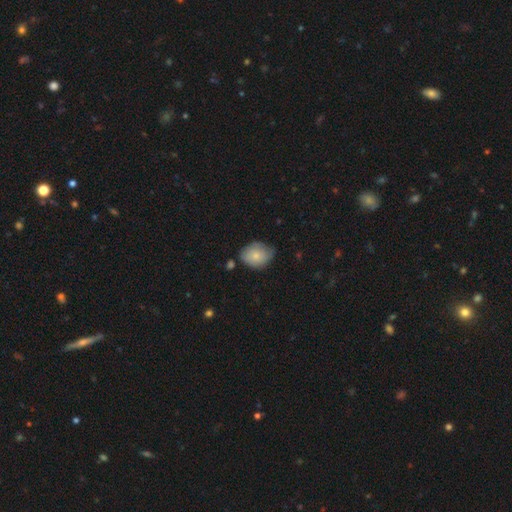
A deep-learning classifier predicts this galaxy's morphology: Smooth or featured? Predicted: smooth (p=0.77). How rounded? Predicted: in between (p=0.60). Merging? Predicted: none (p=0.57).